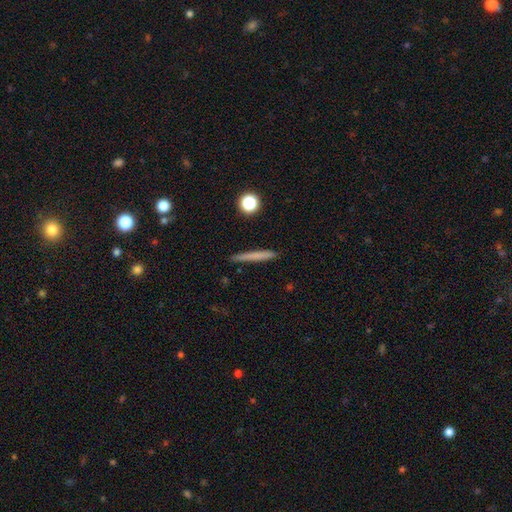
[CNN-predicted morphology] smooth_or_featured: smooth (p=0.69) [alt: featured or disk p=0.23]
how_rounded: cigar-shaped (p=0.95) [alt: in between p=0.03]
merging: none (p=0.89) [alt: minor disturbance p=0.07]